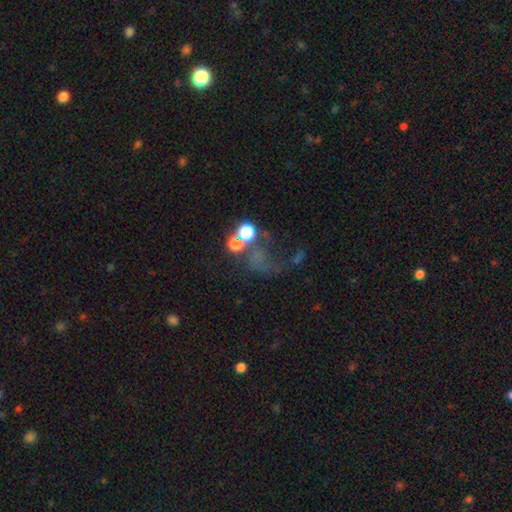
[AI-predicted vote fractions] This appears to be a star or artifact, not a galaxy (37%).